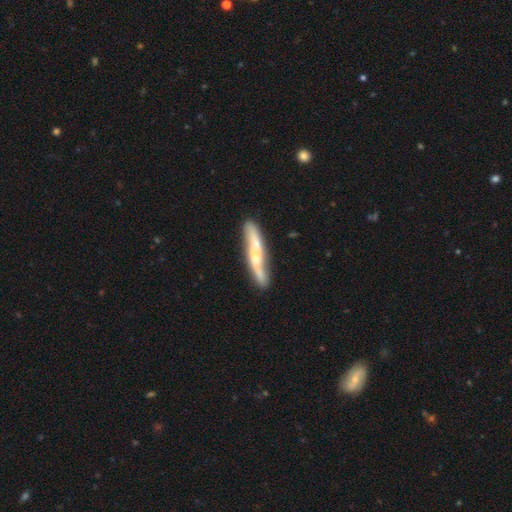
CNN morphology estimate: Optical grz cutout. It shows a featured or disk galaxy (54%) viewed edge-on (63%). Merging: none (74%).